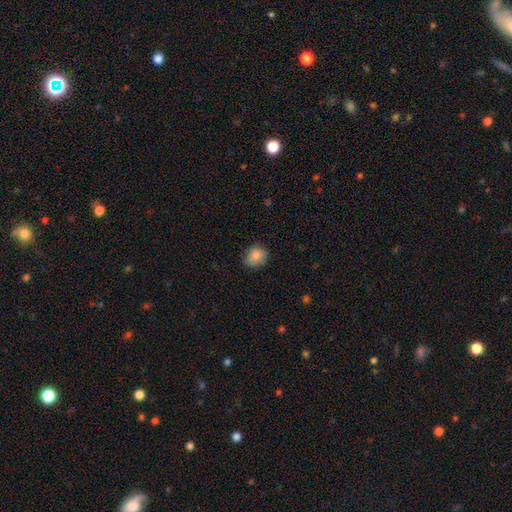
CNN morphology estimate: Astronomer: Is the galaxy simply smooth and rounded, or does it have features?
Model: smooth — 84%.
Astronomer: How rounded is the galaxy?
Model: round — 62%.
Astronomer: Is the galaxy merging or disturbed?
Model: none — 82%.